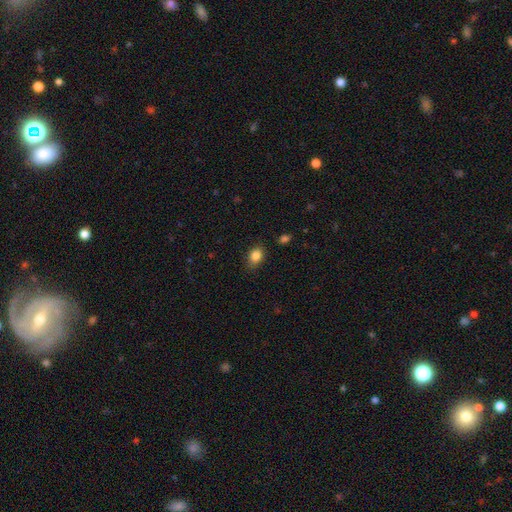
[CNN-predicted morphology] type=smooth (85%); roundness=in between (68%); merging=none (79%).